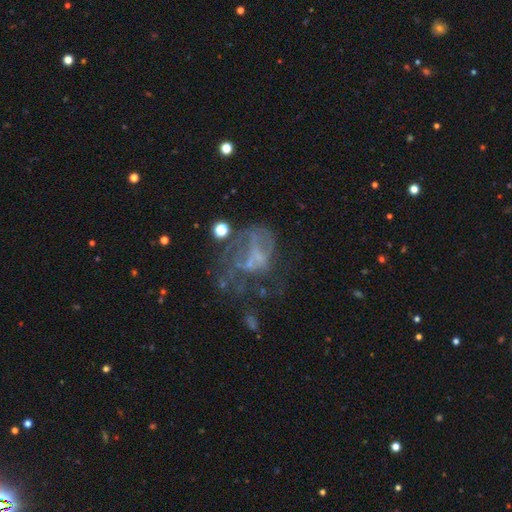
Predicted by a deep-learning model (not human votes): Overall: featured or disk (56%; smooth 22%). Edge-on disk: no (97%). Bar: no (79%). Spiral arms: no (77%). Bulge size: none (64%). Merging: major disturbance (45%; none 29%).